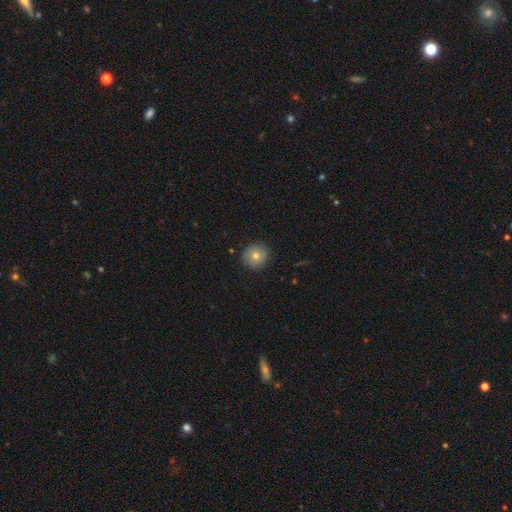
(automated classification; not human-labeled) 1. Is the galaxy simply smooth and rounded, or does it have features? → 76% smooth, 13% featured or disk, 11% star or artifact.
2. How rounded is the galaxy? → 92% round, 7% in between, 1% cigar-shaped.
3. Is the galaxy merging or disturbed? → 90% none, 7% minor disturbance, 2% major disturbance, 1% merger.